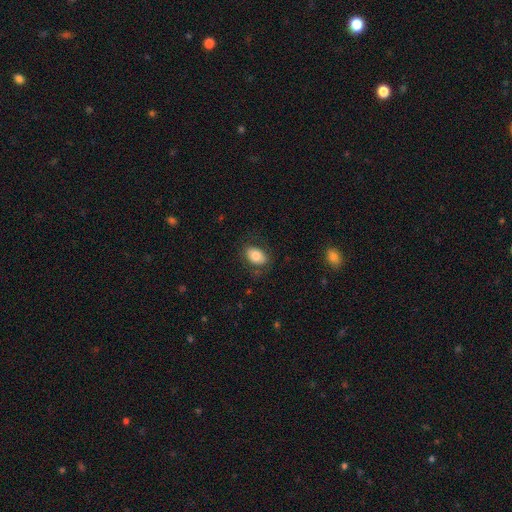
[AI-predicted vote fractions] Morphology: type=smooth (79%); roundness=in between (85%); merging=none (79%).